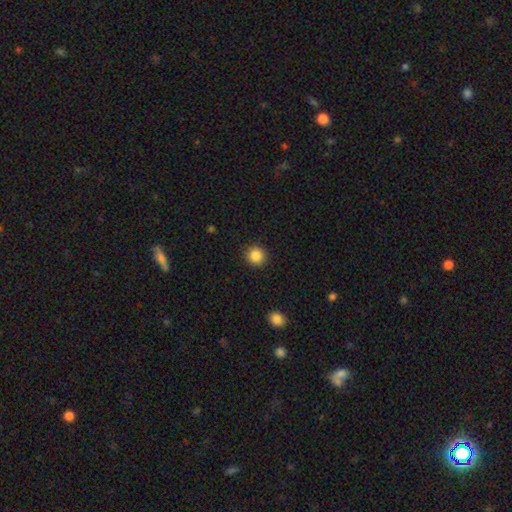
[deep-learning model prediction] Smooth or featured? Predicted: smooth (p=0.86). How rounded? Predicted: round (p=0.93). Merging? Predicted: none (p=0.92).